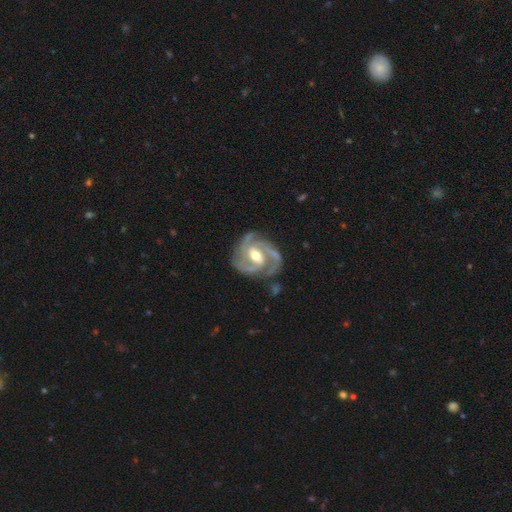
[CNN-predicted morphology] Smooth or featured: featured or disk — 93% (smooth — 3%)
Edge-on disk: no — 98% (yes — 2%)
Bar: weak — 47% (strong — 31%)
Spiral arms: yes — 98% (no — 2%)
Spiral winding: tight — 49% (medium — 45%)
Spiral arm count: 3 — 48% (2 — 34%)
Bulge size: moderate — 69% (small — 25%)
Merging: none — 76% (minor disturbance — 17%)